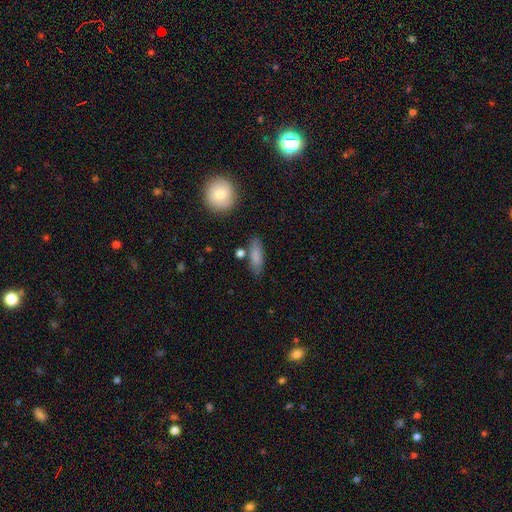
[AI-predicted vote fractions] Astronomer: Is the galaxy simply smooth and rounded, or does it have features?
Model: smooth — 83%.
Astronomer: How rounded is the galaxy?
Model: in between — 58% (runner-up: cigar-shaped, 38%).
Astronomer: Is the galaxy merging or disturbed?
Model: none — 78%.